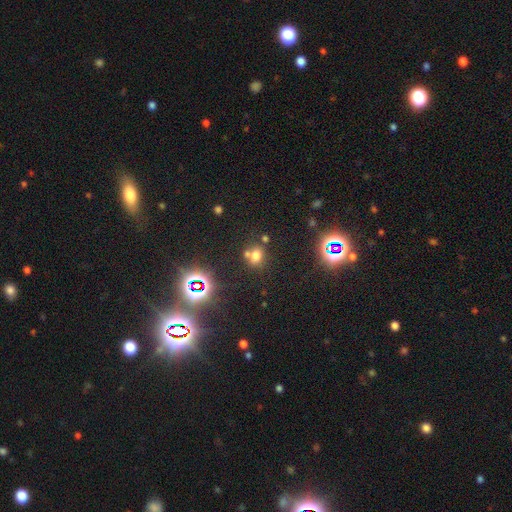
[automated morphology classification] A smooth galaxy with no disk features (62%) that is round (52%).

Vote fractions:
- Smooth or featured? smooth: 62% / star or artifact: 27% / featured or disk: 11%
- How rounded? round: 52% / in between: 46% / cigar-shaped: 2%
- Merging? none: 57% / merger: 27% / minor disturbance: 11% / major disturbance: 5%